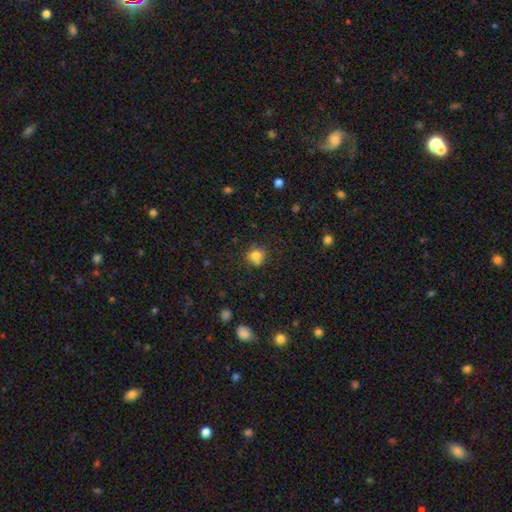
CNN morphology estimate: This is likely a smooth galaxy (78%). How rounded: likely round (77%). Merging: likely none (62%).